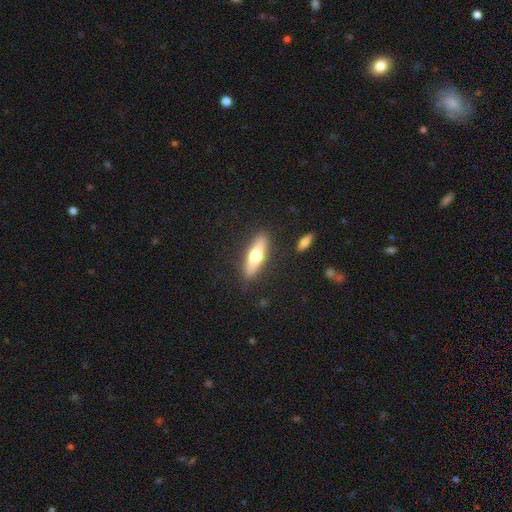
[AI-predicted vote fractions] Morphology: type=smooth (59%); roundness=cigar-shaped (61%); merging=none (86%).